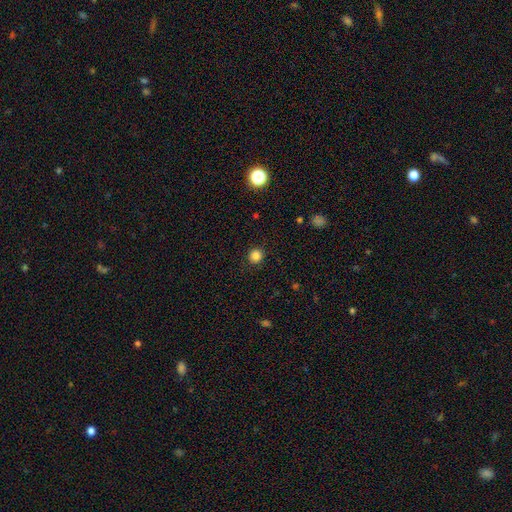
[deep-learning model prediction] Smooth or featured? Predicted: smooth (p=0.84). How rounded? Predicted: round (p=0.93). Merging? Predicted: none (p=0.90).